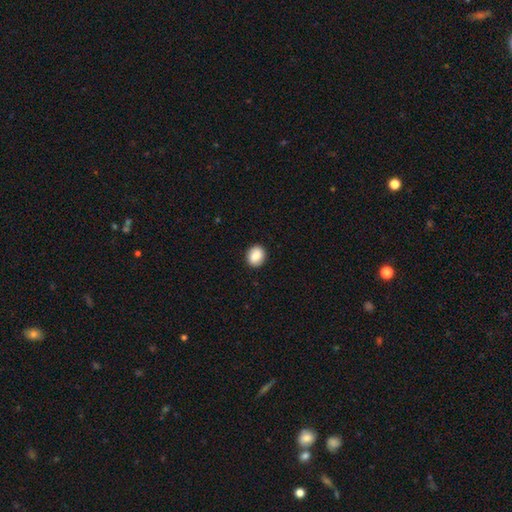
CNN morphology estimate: Smooth or featured?
  - smooth: 86% *
  - star or artifact: 8%
  - featured or disk: 7%
How rounded?
  - round: 61% *
  - in between: 38%
  - cigar-shaped: 1%
Merging?
  - none: 89% *
  - minor disturbance: 8%
  - major disturbance: 2%
  - merger: 1%